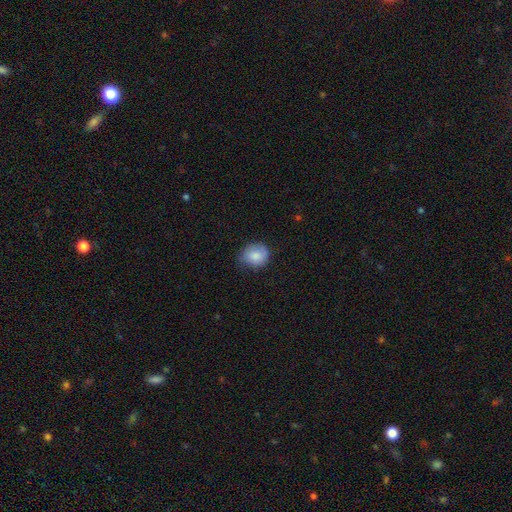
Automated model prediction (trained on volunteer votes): Overall: smooth (83%). How rounded: round (76%). Merging: none (63%; minor disturbance 30%).